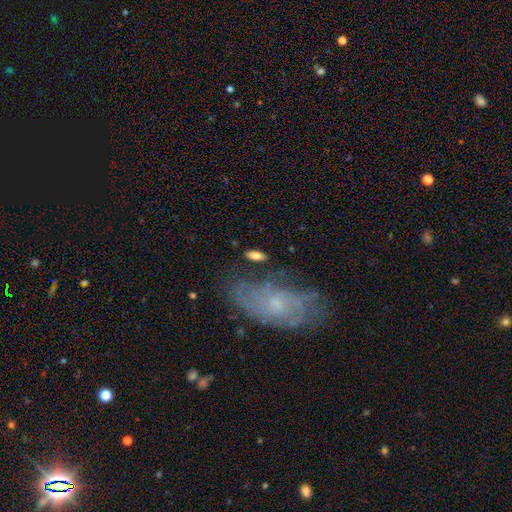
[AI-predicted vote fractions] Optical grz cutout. It shows a smooth galaxy with no disk features (75%) that is in between round and cigar-shaped (81%). Merging: none (77%).